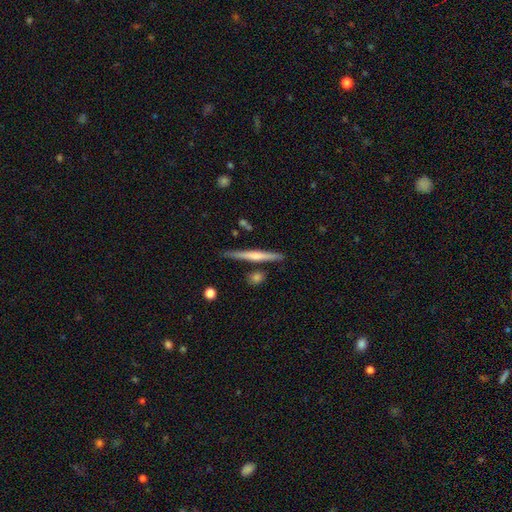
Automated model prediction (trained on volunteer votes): The model was most divided on "smooth or featured": featured or disk: 51%, smooth: 43%, star or artifact: 6%. More confident: edge-on disk — yes (96%); merging — none (82%).